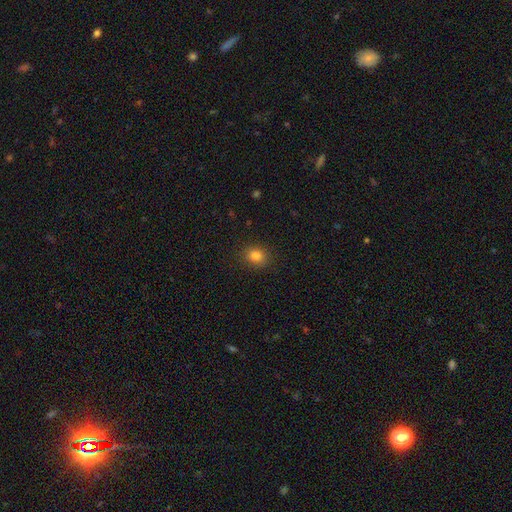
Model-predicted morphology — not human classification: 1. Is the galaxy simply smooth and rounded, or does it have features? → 83% smooth, 11% star or artifact, 5% featured or disk.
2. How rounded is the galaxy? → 56% round, 43% in between, 1% cigar-shaped.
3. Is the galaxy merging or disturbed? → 88% none, 8% minor disturbance, 3% major disturbance, 1% merger.